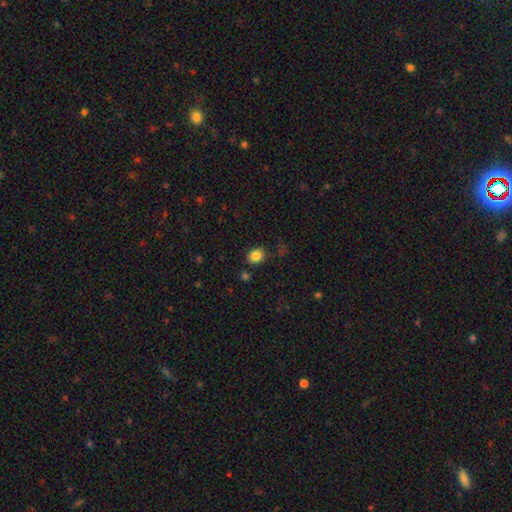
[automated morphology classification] type=smooth (83%); roundness=round (62%); merging=none (80%).